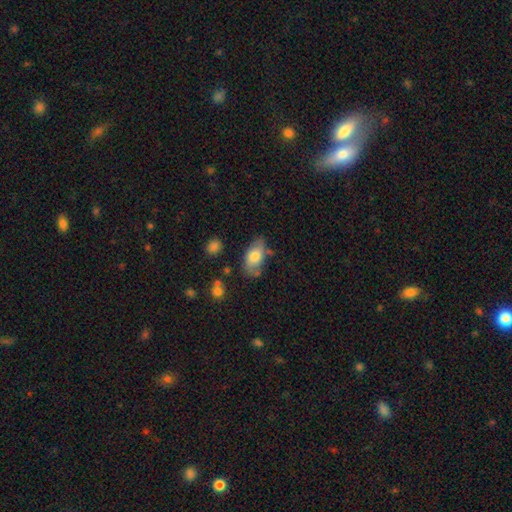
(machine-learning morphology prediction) smooth-or-featured: smooth: 73% | featured or disk: 20% | star or artifact: 7%
  how-rounded: in between: 91% | round: 4% | cigar-shaped: 4%
  merging: none: 68% | minor disturbance: 23% | major disturbance: 5% | merger: 5%